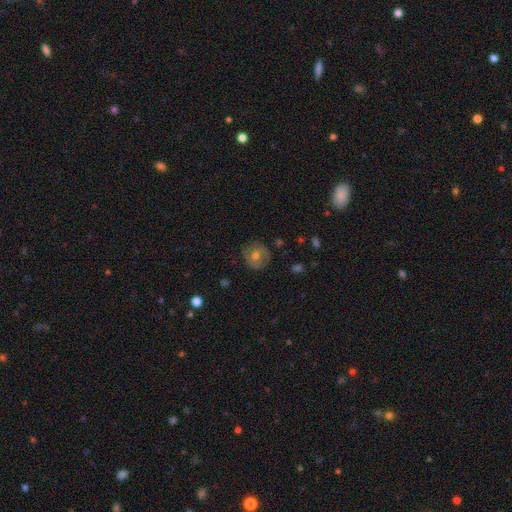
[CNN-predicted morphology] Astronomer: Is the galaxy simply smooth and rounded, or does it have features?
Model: smooth — 46% (runner-up: featured or disk, 43%).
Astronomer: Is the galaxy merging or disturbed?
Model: none — 81%.